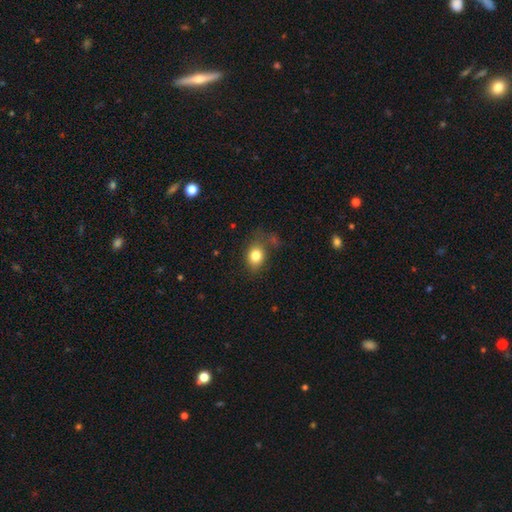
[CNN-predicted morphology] smooth_or_featured: smooth (p=0.81) [alt: star or artifact p=0.10]
how_rounded: in between (p=0.56) [alt: round p=0.43]
merging: none (p=0.65) [alt: minor disturbance p=0.20]